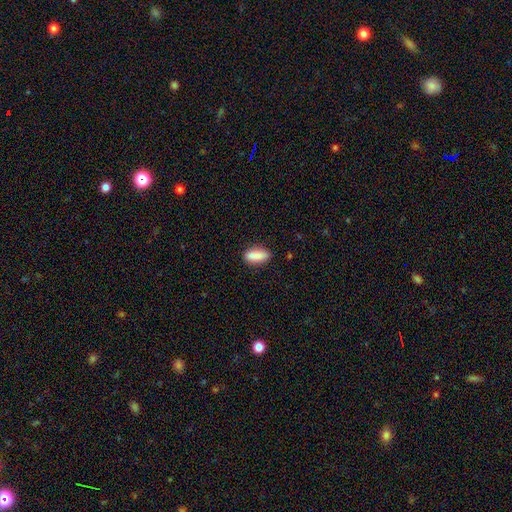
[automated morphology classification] This appears to be a smooth galaxy with no disk features (86%) that is in between round and cigar-shaped (73%). Merging: none (79%).